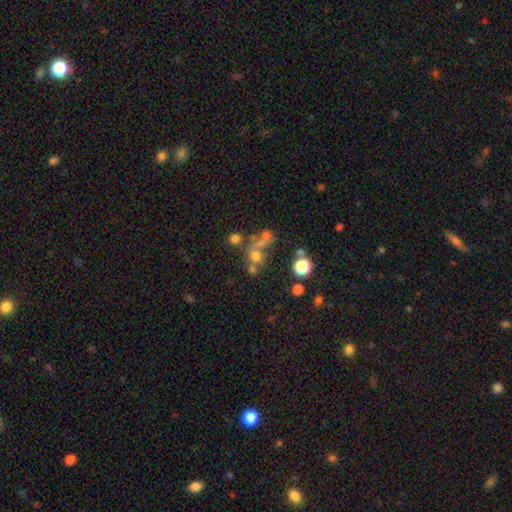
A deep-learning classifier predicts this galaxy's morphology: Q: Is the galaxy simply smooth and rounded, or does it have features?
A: smooth — 59%.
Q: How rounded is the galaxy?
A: round — 80%.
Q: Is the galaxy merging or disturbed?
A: none — 42%.